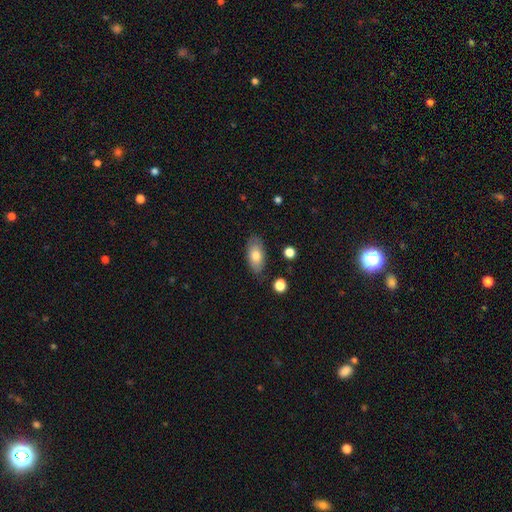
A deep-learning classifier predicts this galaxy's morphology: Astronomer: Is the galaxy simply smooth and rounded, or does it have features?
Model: smooth — 76%.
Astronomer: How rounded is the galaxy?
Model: in between — 91%.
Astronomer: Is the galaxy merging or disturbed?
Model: none — 80%.